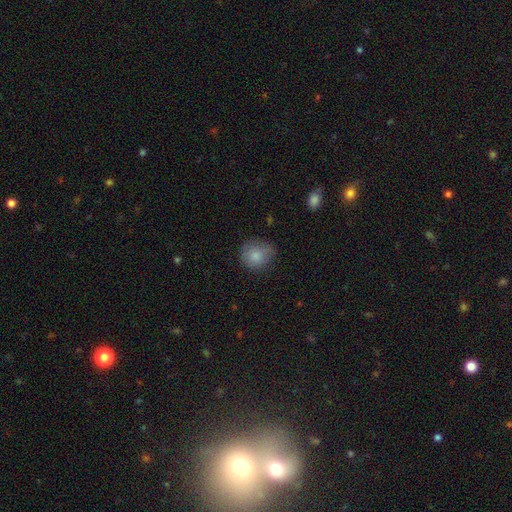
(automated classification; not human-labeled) Smooth or featured? smooth (82%)
How rounded? round (84%)
Merging? none (65%)